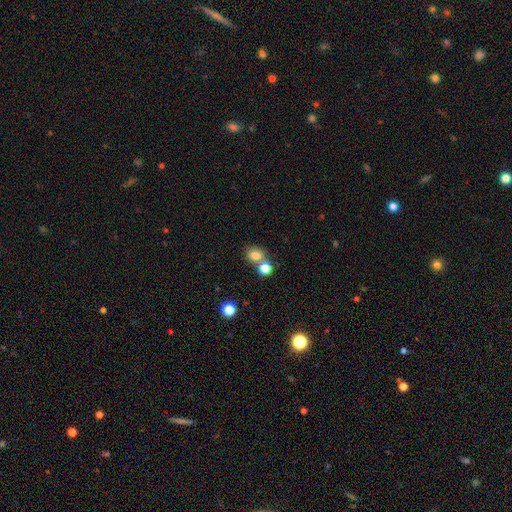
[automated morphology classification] This appears to be a smooth galaxy with no disk features (79%) that is round (62%). Merging: none (51%).